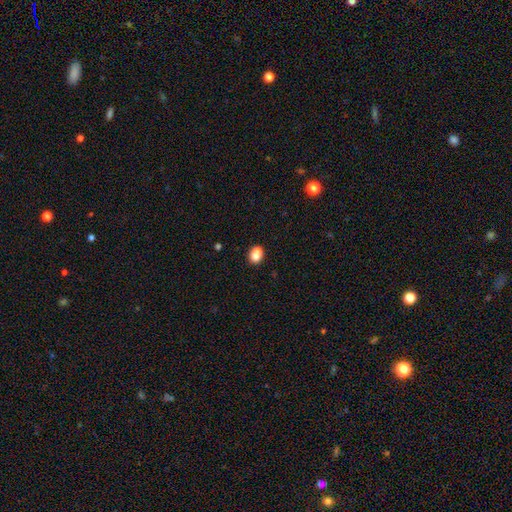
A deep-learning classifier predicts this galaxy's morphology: Smooth or featured? Predicted: smooth (p=0.77). How rounded? Predicted: in between (p=0.53). Merging? Predicted: none (p=0.48).